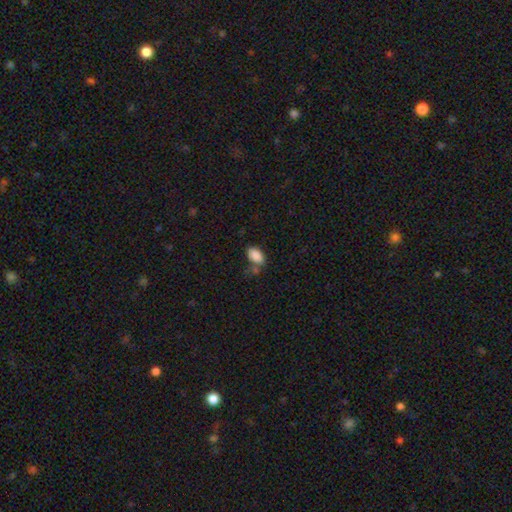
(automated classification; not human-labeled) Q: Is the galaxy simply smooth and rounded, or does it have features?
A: smooth — 87%.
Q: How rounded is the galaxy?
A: in between — 93%.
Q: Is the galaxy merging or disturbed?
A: none — 58%.